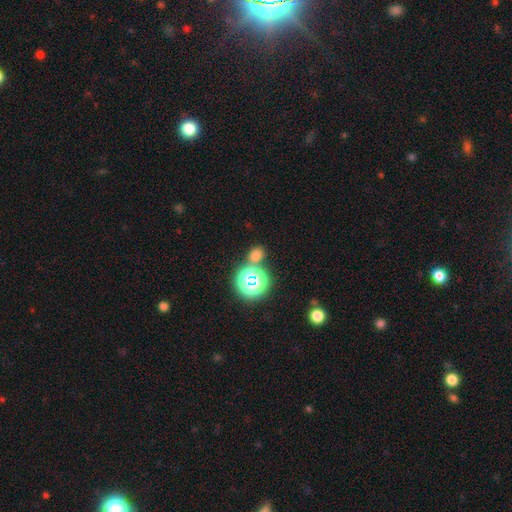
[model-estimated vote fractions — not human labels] Smooth or featured? Predicted: smooth (p=0.63). How rounded? Predicted: round (p=0.69). Merging? Predicted: none (p=0.70).